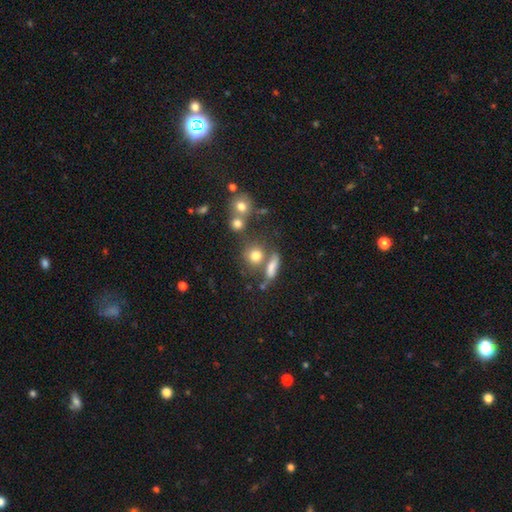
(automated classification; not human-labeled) smooth-or-featured: smooth: 75% | star or artifact: 14% | featured or disk: 11%
  how-rounded: round: 75% | in between: 21% | cigar-shaped: 5%
  merging: none: 57% | merger: 25% | minor disturbance: 12% | major disturbance: 6%